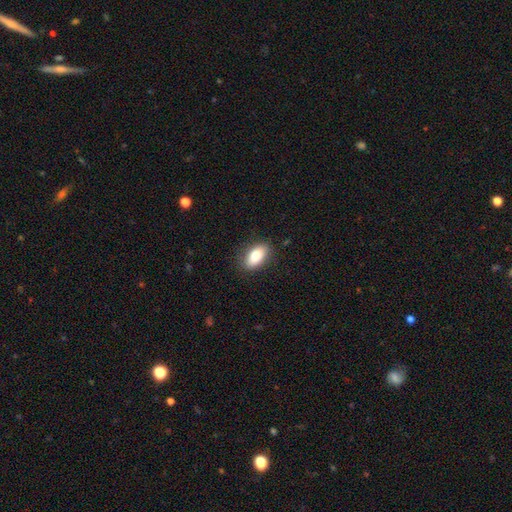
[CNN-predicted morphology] Q: Smooth or featured?
A: smooth (83%); runner-up: featured or disk (10%)
Q: How rounded?
A: in between (90%); runner-up: round (5%)
Q: Merging?
A: none (86%); runner-up: minor disturbance (11%)